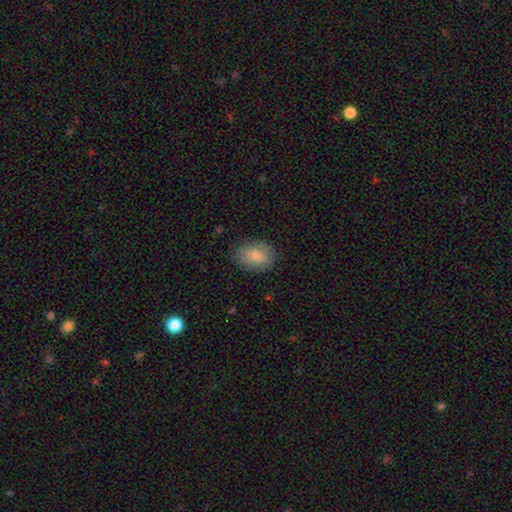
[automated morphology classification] Q: Smooth or featured?
A: smooth (85%); runner-up: featured or disk (9%)
Q: How rounded?
A: in between (76%); runner-up: round (23%)
Q: Merging?
A: none (81%); runner-up: minor disturbance (14%)